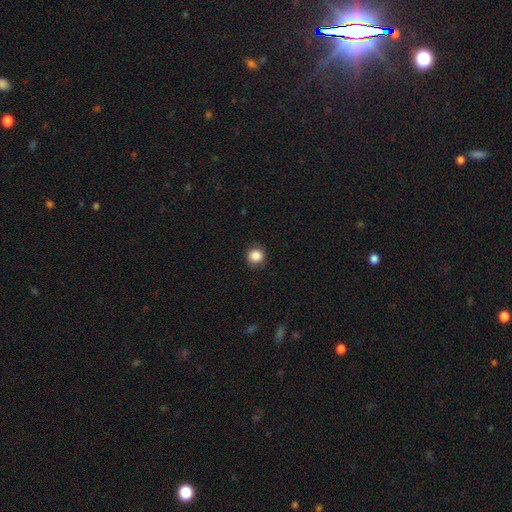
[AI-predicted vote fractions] smooth_or_featured: smooth (p=0.87) [alt: star or artifact p=0.10]
how_rounded: round (p=0.93) [alt: in between p=0.06]
merging: none (p=0.90) [alt: minor disturbance p=0.07]